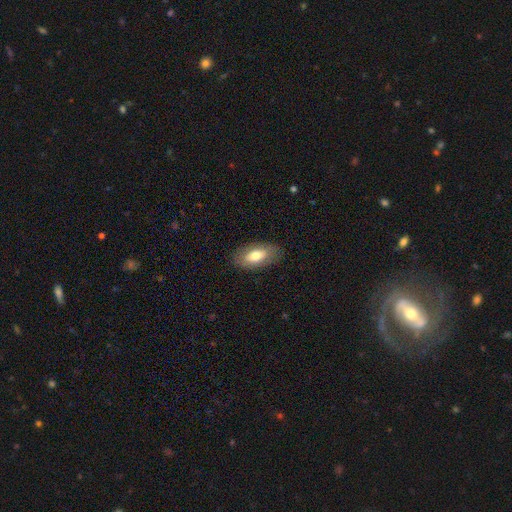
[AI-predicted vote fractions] Overall: smooth (71%). How rounded: in between (90%). Merging: none (84%).